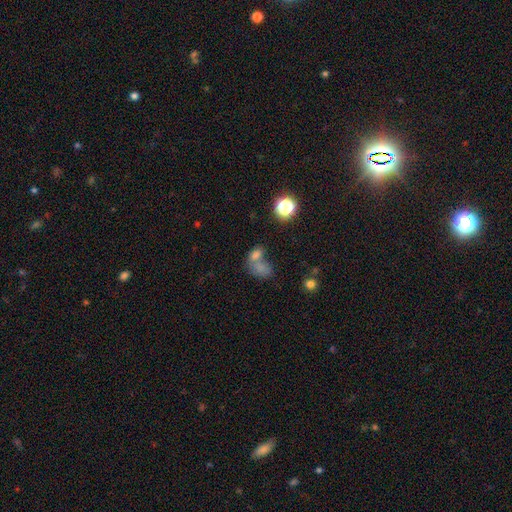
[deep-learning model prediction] A smooth galaxy with no disk features (72%) that is in between round and cigar-shaped (77%). Merging: merger (59%).